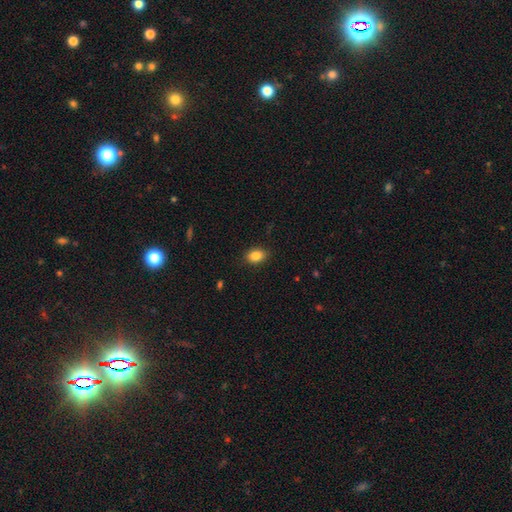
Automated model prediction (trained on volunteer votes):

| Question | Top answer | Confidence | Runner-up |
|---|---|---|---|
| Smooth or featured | smooth | 85% | star or artifact (9%) |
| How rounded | in between | 76% | round (23%) |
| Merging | none | 87% | minor disturbance (10%) |